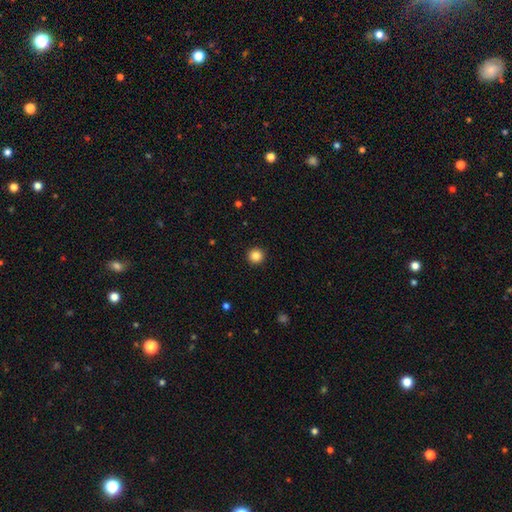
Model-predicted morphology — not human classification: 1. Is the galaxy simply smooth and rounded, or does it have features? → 85% smooth, 11% star or artifact, 4% featured or disk.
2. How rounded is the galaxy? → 95% round, 4% in between, 1% cigar-shaped.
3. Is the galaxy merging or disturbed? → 93% none, 4% minor disturbance, 2% major disturbance, 1% merger.